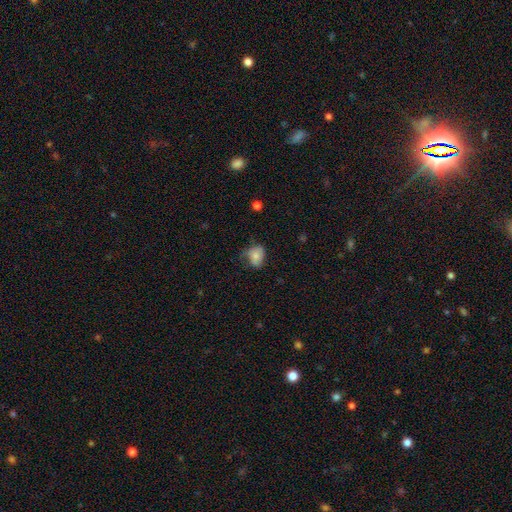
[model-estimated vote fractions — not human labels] smooth-or-featured: smooth: 72% | featured or disk: 19% | star or artifact: 9%
  how-rounded: in between: 58% | round: 41% | cigar-shaped: 1%
  merging: none: 49% | minor disturbance: 36% | major disturbance: 14% | merger: 2%